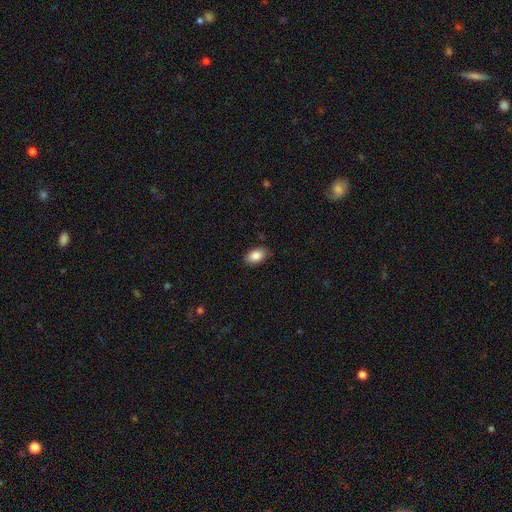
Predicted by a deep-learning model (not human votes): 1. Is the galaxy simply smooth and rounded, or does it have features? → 86% smooth, 7% star or artifact, 6% featured or disk.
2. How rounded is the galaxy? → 90% in between, 8% round, 1% cigar-shaped.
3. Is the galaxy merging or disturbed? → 85% none, 12% minor disturbance, 2% major disturbance, 1% merger.